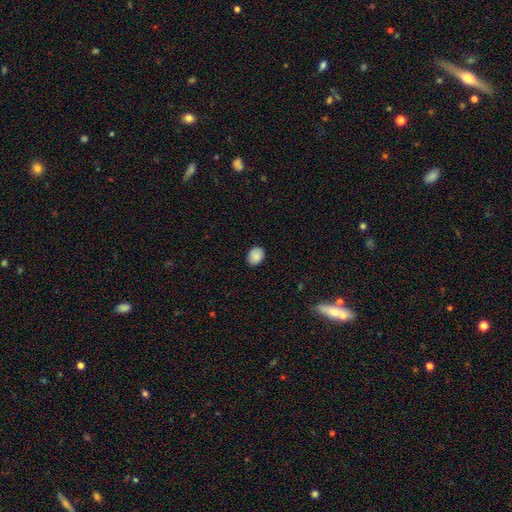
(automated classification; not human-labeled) smooth 89%, star or artifact 8%, featured or disk 4%. Down the decision tree: how rounded — in between (53%); merging — none (86%).